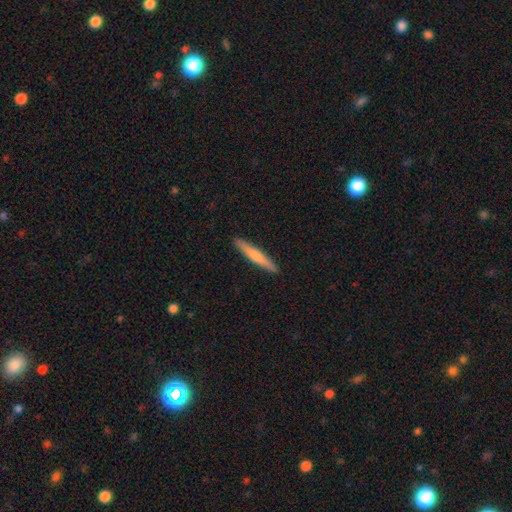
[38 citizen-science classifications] Smooth or featured?
  - smooth: 53% *
  - featured or disk: 42%
  - star or artifact: 5%
How rounded?
  - cigar-shaped: 95% *
  - round: 5%
  - in between: 0%
Merging?
  - none: 86% *
  - major disturbance: 8%
  - minor disturbance: 3%
  - merger: 3%